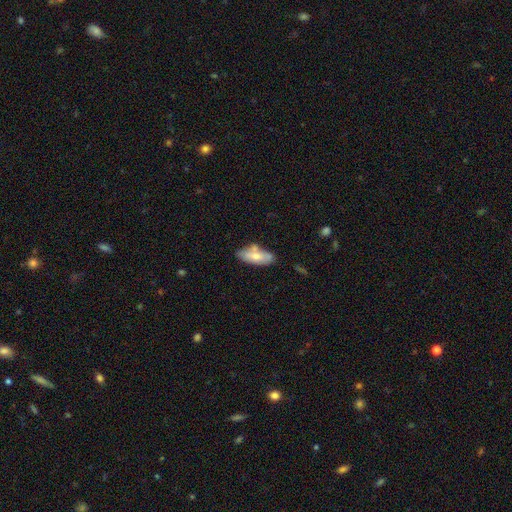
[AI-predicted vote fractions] A smooth galaxy with no disk features (67%) that is in between round and cigar-shaped (80%). Merging: none (62%).